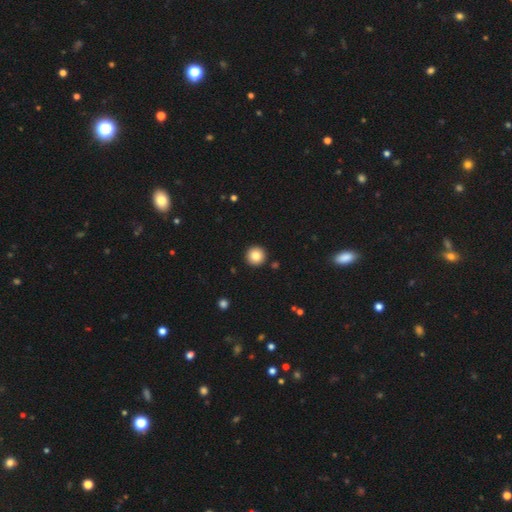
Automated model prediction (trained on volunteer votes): smooth-or-featured: smooth: 84% | star or artifact: 10% | featured or disk: 7%
  how-rounded: round: 96% | in between: 3% | cigar-shaped: 1%
  merging: none: 93% | minor disturbance: 4% | merger: 1% | major disturbance: 1%